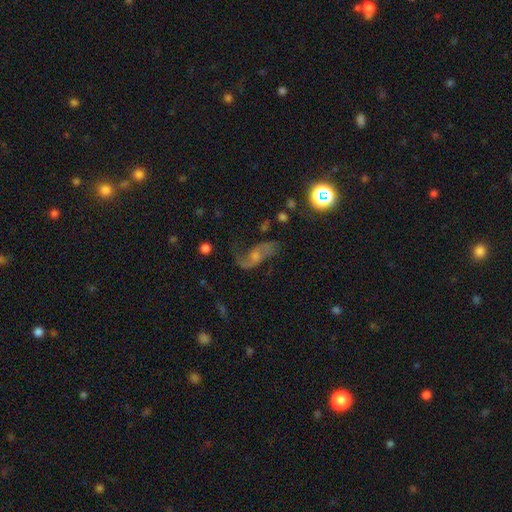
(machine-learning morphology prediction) Overall: featured or disk (72%). Edge-on disk: no (94%). Bar: no (57%; weak 33%). Spiral arms: yes (91%). Spiral arm count: 2 (84%). Spiral winding: loose (73%). Bulge size: small (47%; moderate 36%). Merging: none (58%; major disturbance 20%).